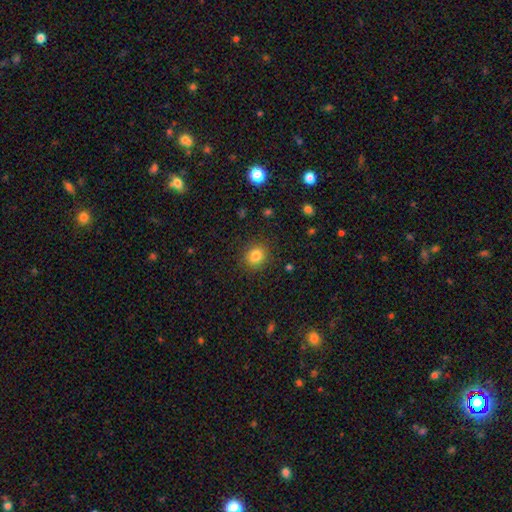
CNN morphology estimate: This is clearly a smooth galaxy (83%). How rounded: clearly round (80%). Merging: clearly none (89%).